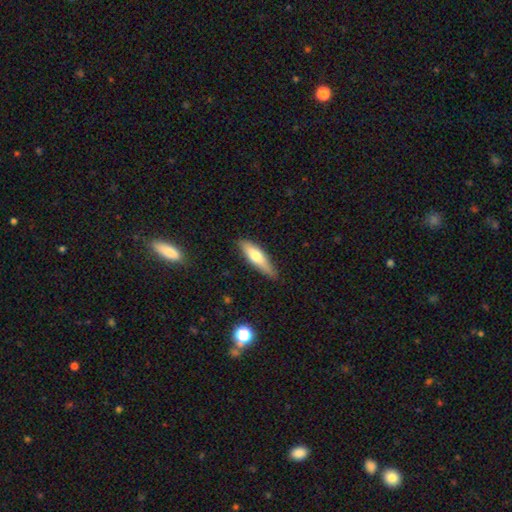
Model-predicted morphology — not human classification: Smooth or featured? Predicted: smooth (p=0.65). How rounded? Predicted: cigar-shaped (p=0.66). Merging? Predicted: none (p=0.79).